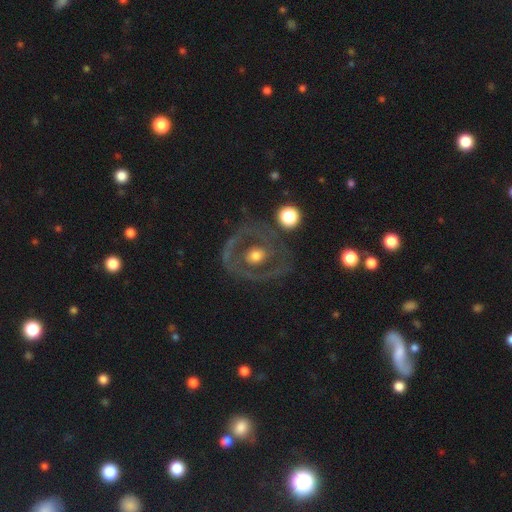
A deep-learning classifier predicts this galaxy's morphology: The model was most divided on "spiral arms": no: 61%, yes: 39%. More confident: edge-on disk — no (96%); bar — no (77%); smooth or featured — featured or disk (69%); bulge size — moderate (68%); merging — none (67%).